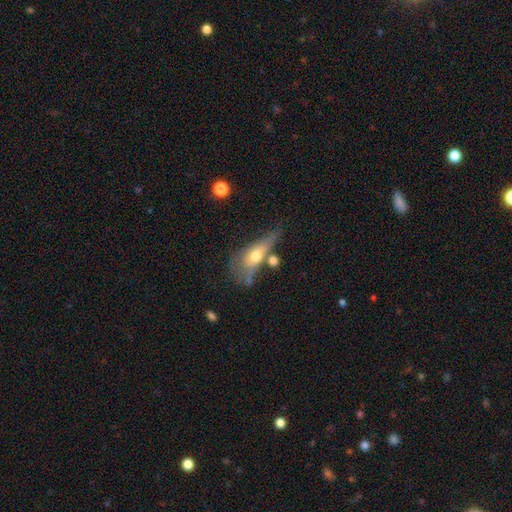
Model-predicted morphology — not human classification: Smooth or featured: smooth — 47% (featured or disk — 45%)
Merging: none — 29% (major disturbance — 25%)